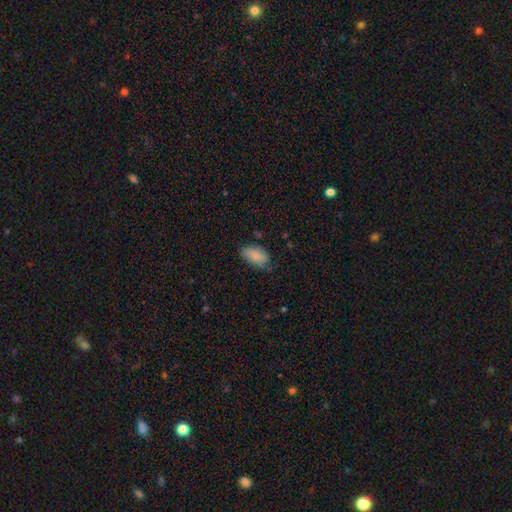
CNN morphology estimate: A smooth galaxy with no disk features (86%) that is in between round and cigar-shaped (93%). Merging: none (65%).